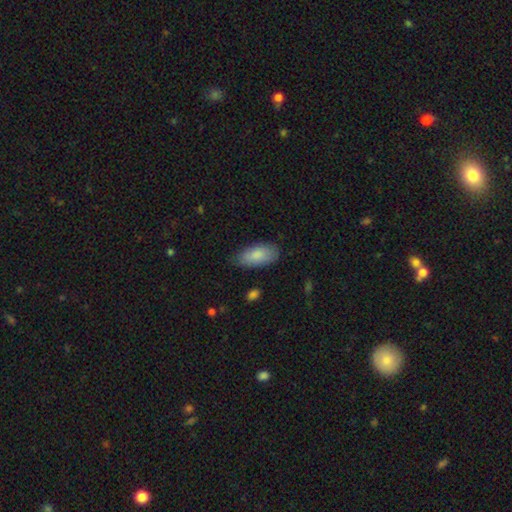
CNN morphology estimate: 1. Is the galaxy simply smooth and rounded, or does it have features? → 85% smooth, 9% featured or disk, 6% star or artifact.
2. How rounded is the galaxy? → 91% in between, 7% cigar-shaped, 2% round.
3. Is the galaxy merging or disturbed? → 76% none, 19% minor disturbance, 4% major disturbance, 1% merger.